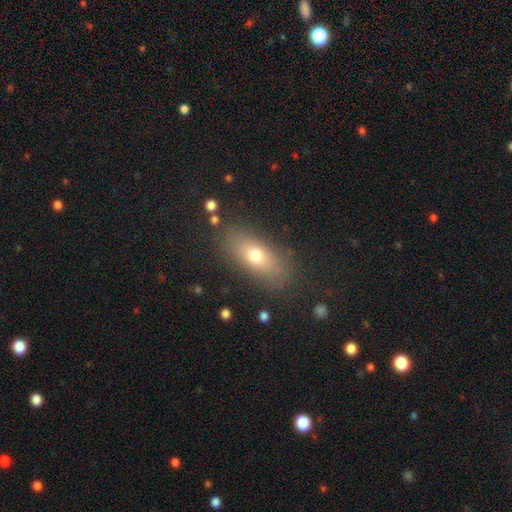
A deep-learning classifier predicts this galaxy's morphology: Smooth or featured?
  - smooth: 69% *
  - featured or disk: 21%
  - star or artifact: 10%
How rounded?
  - in between: 75% *
  - cigar-shaped: 18%
  - round: 7%
Merging?
  - none: 83% *
  - minor disturbance: 11%
  - major disturbance: 4%
  - merger: 2%